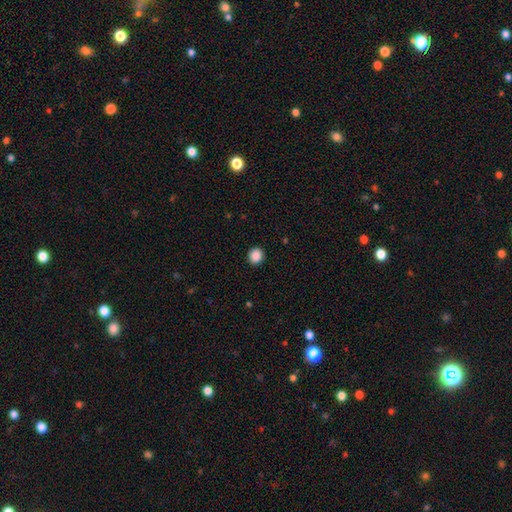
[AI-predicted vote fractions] Smooth or featured? smooth (88%)
How rounded? round (88%)
Merging? none (92%)